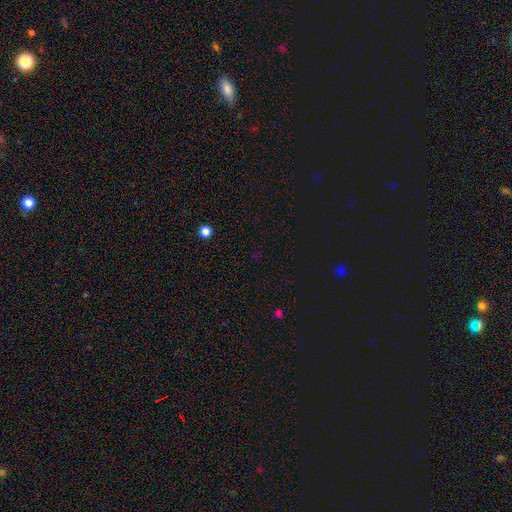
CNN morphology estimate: smooth-or-featured: star or artifact: 66% | smooth: 28% | featured or disk: 7%